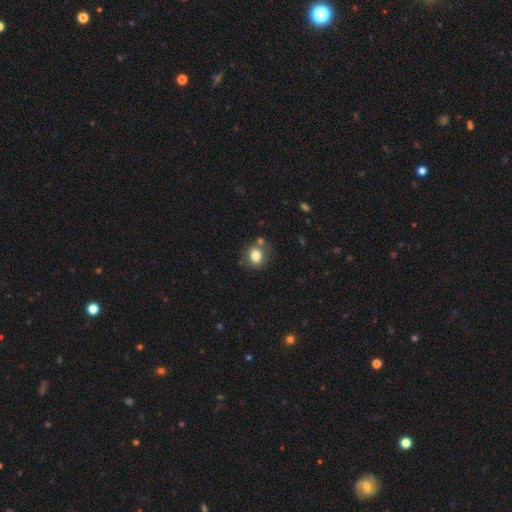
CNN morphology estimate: Overall: smooth (81%). How rounded: round (71%). Merging: none (70%).